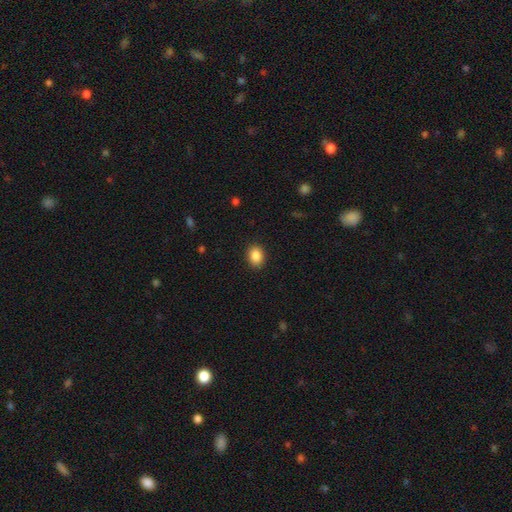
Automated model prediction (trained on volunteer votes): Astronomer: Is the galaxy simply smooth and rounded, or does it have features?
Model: smooth — 88%.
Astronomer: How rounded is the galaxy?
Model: in between — 62% (runner-up: round, 37%).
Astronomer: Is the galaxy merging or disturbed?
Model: none — 90%.